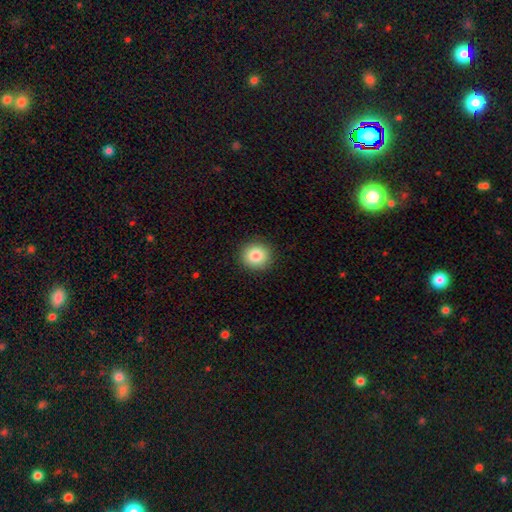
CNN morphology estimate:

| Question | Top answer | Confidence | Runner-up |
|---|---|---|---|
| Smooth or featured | smooth | 85% | star or artifact (9%) |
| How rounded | round | 91% | in between (9%) |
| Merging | none | 91% | minor disturbance (6%) |